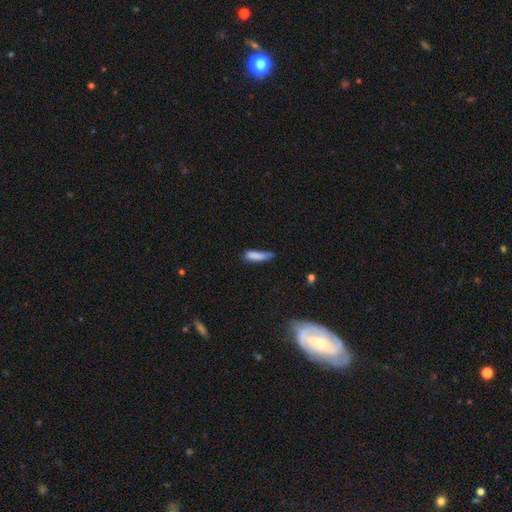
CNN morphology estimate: A smooth galaxy with no disk features (81%) that is cigar-shaped (72%).

Vote fractions:
- Smooth or featured? smooth: 81% / featured or disk: 11% / star or artifact: 8%
- How rounded? cigar-shaped: 72% / in between: 27% / round: 2%
- Merging? none: 45% / minor disturbance: 37% / major disturbance: 14% / merger: 5%